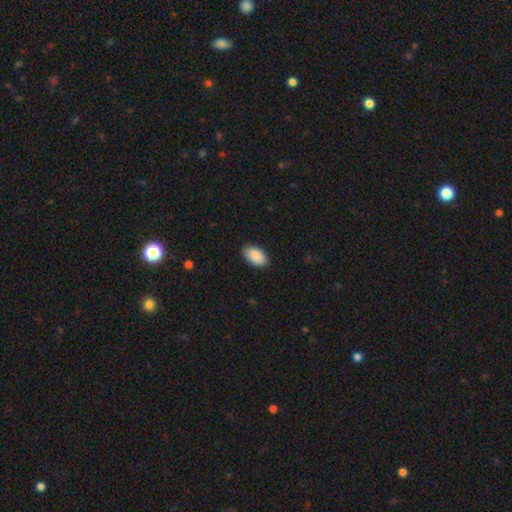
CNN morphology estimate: A smooth galaxy with no disk features (90%) that is in between round and cigar-shaped (95%). Merging: none (88%).